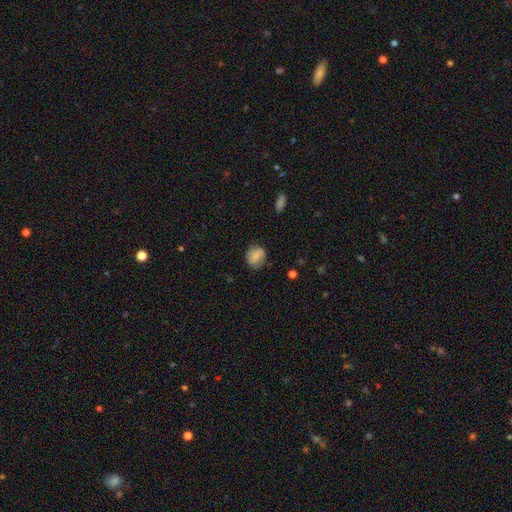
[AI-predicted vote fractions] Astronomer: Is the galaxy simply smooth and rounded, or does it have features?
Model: smooth — 74%.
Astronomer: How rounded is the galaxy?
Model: round — 67%.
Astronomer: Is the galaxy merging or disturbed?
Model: none — 73%.